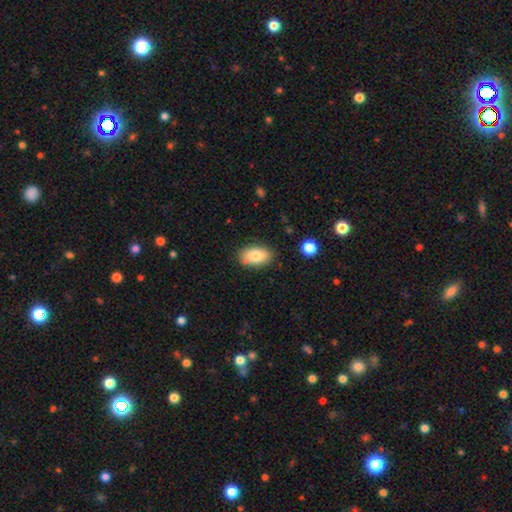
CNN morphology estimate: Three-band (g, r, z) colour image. It shows a smooth galaxy with no disk features (82%) that is in between round and cigar-shaped (92%). Merging: none (82%).